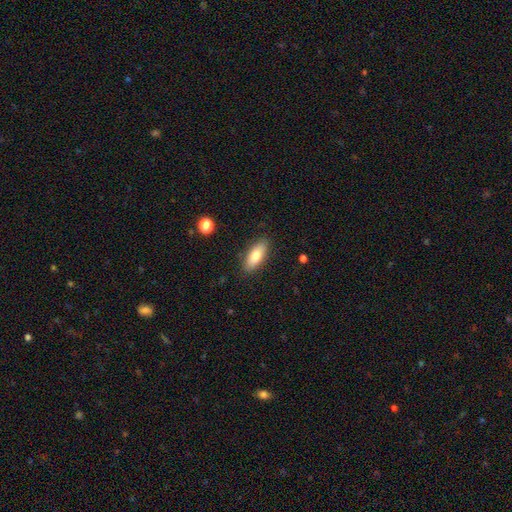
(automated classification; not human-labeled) smooth_or_featured: smooth (p=0.77) [alt: featured or disk p=0.16]
how_rounded: in between (p=0.76) [alt: cigar-shaped p=0.22]
merging: none (p=0.87) [alt: minor disturbance p=0.10]